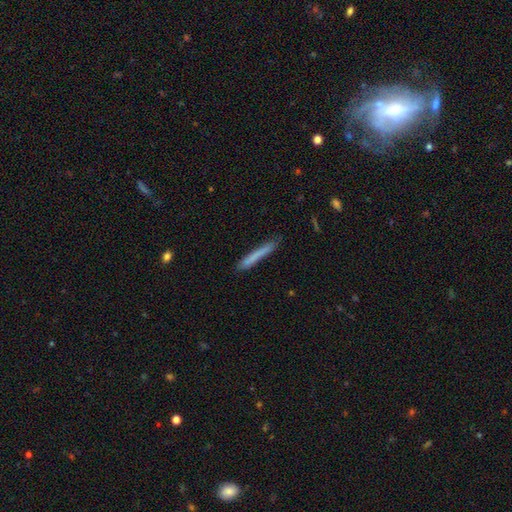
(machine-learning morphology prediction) Smooth or featured?
  - smooth: 74% *
  - featured or disk: 20%
  - star or artifact: 7%
How rounded?
  - cigar-shaped: 97% *
  - in between: 2%
  - round: 1%
Merging?
  - none: 84% *
  - minor disturbance: 12%
  - major disturbance: 2%
  - merger: 2%